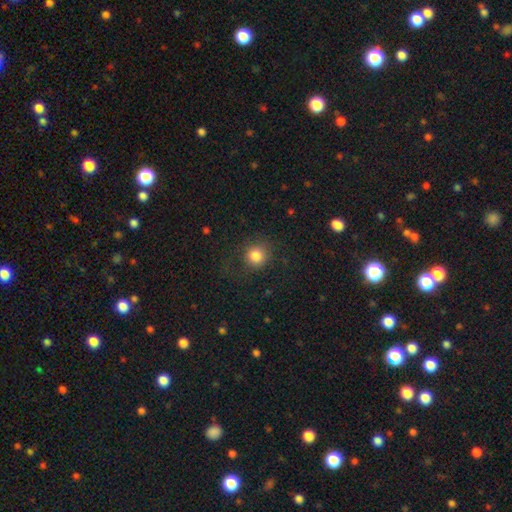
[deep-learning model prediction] Q: Smooth or featured?
A: smooth (82%); runner-up: star or artifact (11%)
Q: How rounded?
A: round (89%); runner-up: in between (10%)
Q: Merging?
A: none (78%); runner-up: minor disturbance (12%)